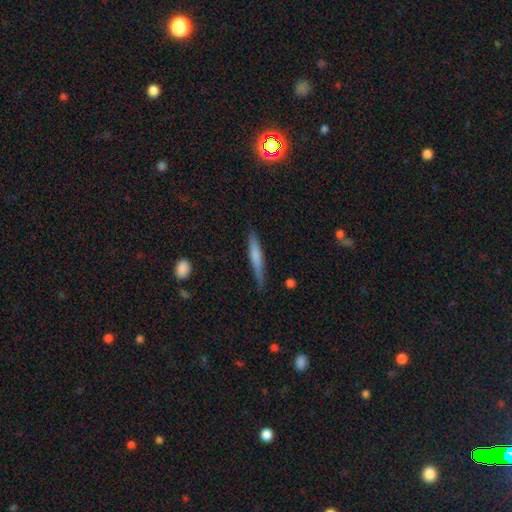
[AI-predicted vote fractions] Smooth or featured: smooth — 62% (featured or disk — 32%)
How rounded: cigar-shaped — 93% (in between — 5%)
Merging: none — 82% (minor disturbance — 14%)